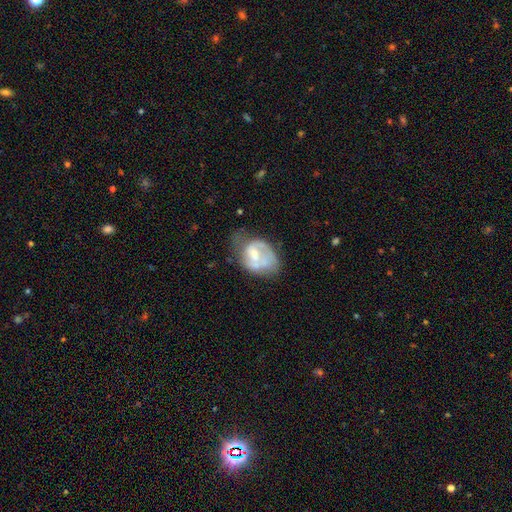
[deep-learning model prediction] This is possibly a featured or disk galaxy (56%). It is clearly not viewed edge-on (97%). Bar: possibly no (52%). Spiral arm pattern: possibly no (53%). Central bulge: marginally moderate (41%). Merging: marginally major disturbance (31%).